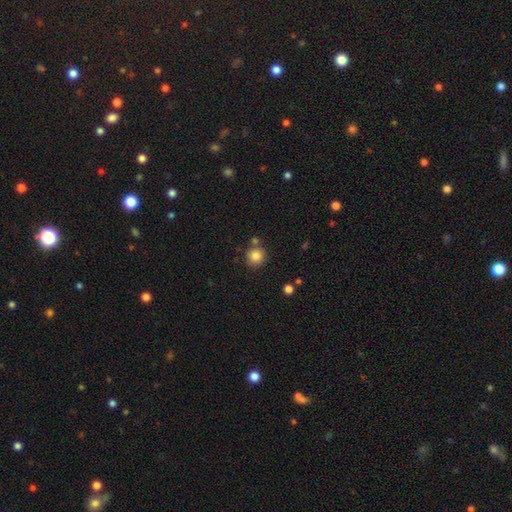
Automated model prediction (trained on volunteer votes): A smooth galaxy with no disk features (84%) that is round (93%).

Vote fractions:
- Smooth or featured? smooth: 84% / star or artifact: 10% / featured or disk: 5%
- How rounded? round: 93% / in between: 7% / cigar-shaped: 1%
- Merging? none: 78% / merger: 10% / minor disturbance: 9% / major disturbance: 3%